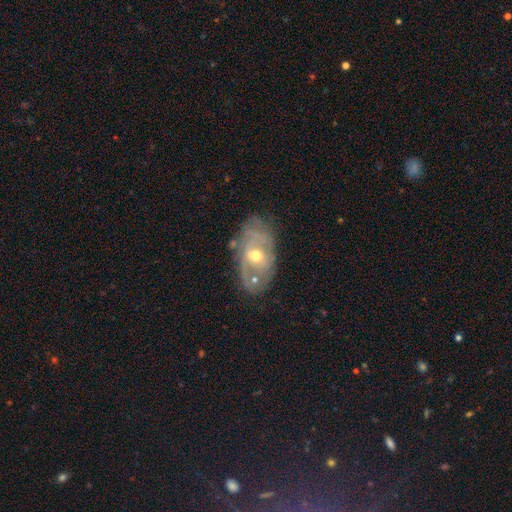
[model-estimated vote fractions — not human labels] featured or disk 71%, smooth 22%, star or artifact 7%. Down the decision tree: edge-on disk — no (93%); bar — no (56%); spiral arms — yes (69%); bulge size — moderate (64%); merging — none (61%).